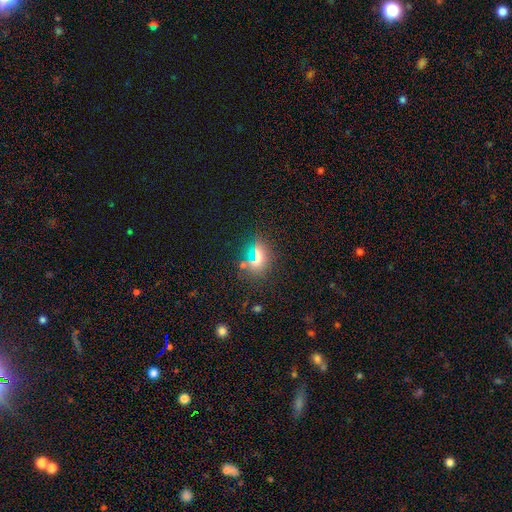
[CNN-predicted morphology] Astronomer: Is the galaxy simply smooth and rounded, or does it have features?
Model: smooth — 56%.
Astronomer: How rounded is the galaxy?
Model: round — 48% (runner-up: in between, 44%).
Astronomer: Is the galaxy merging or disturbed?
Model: none — 77%.